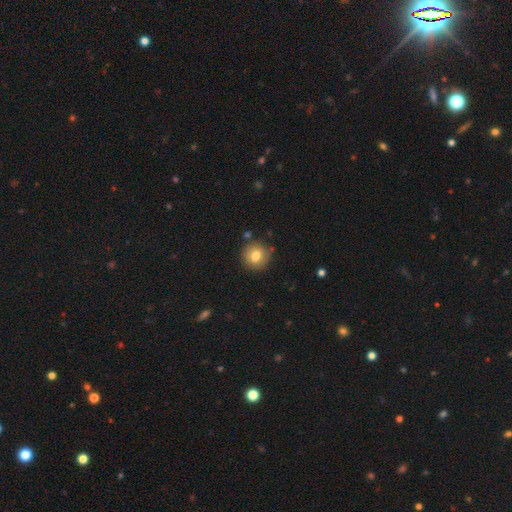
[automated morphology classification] Q: Smooth or featured?
A: smooth (78%); runner-up: featured or disk (12%)
Q: How rounded?
A: round (90%); runner-up: in between (9%)
Q: Merging?
A: none (84%); runner-up: minor disturbance (10%)